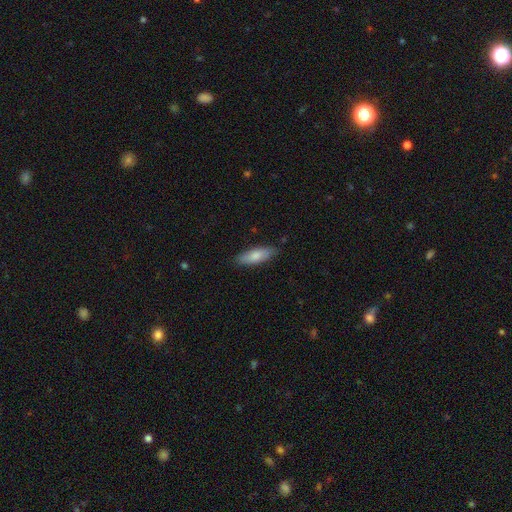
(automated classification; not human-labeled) Overall: smooth (78%). How rounded: in between (60%; cigar-shaped 39%). Merging: none (83%).